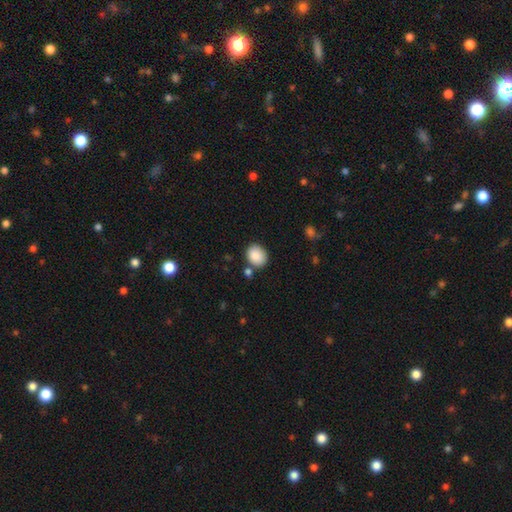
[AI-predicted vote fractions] A smooth galaxy with no disk features (88%) that is in between round and cigar-shaped (51%). Merging: none (76%).